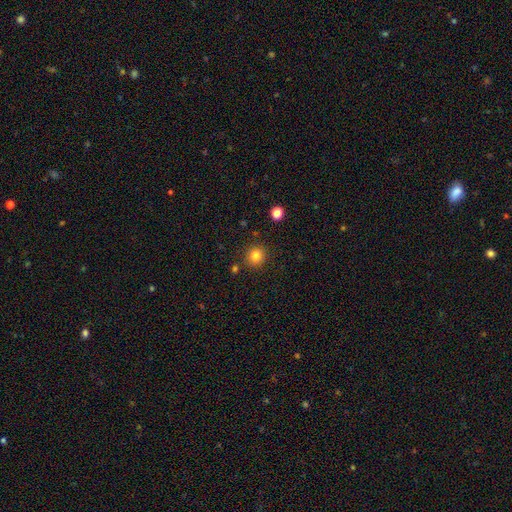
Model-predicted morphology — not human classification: smooth-or-featured: smooth: 82% | star or artifact: 13% | featured or disk: 6%
  how-rounded: round: 91% | in between: 8% | cigar-shaped: 1%
  merging: none: 88% | minor disturbance: 7% | merger: 3% | major disturbance: 2%